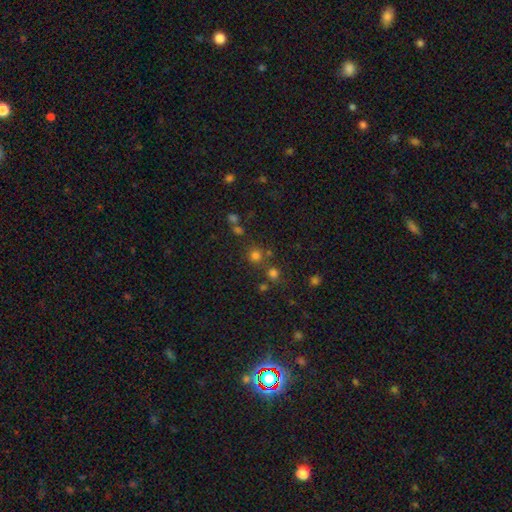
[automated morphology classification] A smooth galaxy with no disk features (71%) that is round (91%). Merging: none (73%).